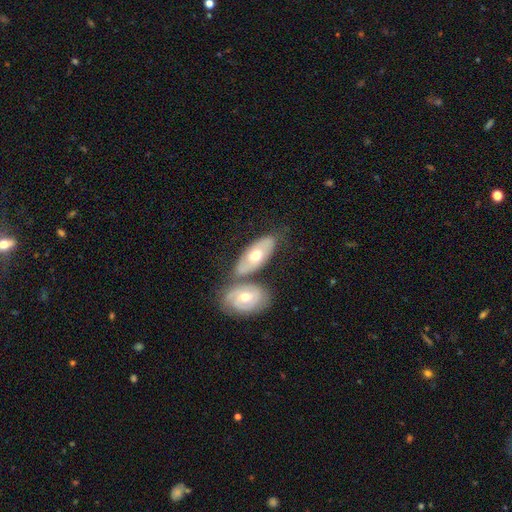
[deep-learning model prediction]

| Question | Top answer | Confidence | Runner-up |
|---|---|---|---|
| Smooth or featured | featured or disk | 51% | smooth (43%) |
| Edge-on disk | no | 83% | yes (17%) |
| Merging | none | 50% | merger (34%) |